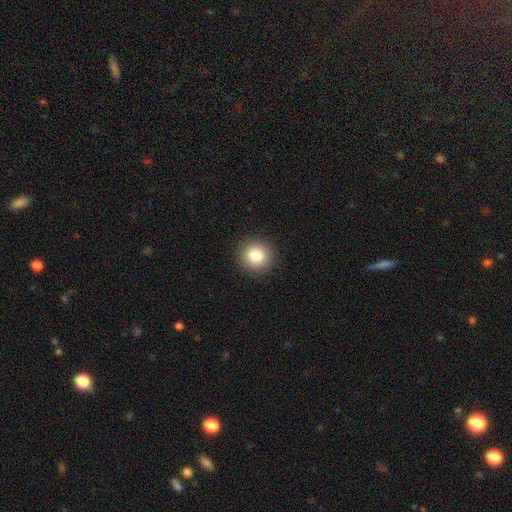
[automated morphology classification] This appears to be a smooth galaxy with no disk features (82%) that is round (92%). Merging: none (92%).